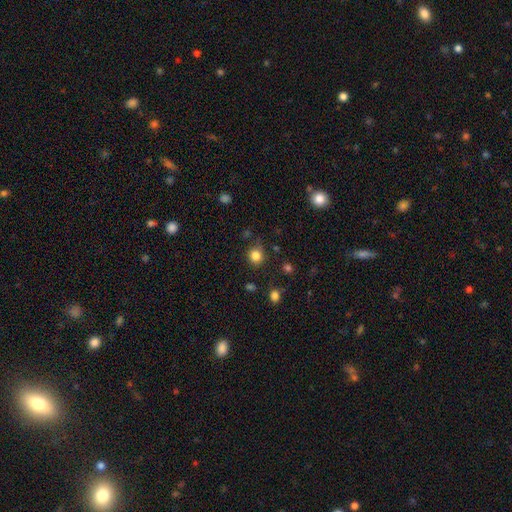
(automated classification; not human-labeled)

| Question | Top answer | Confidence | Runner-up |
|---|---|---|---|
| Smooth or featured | smooth | 83% | star or artifact (12%) |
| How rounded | round | 85% | in between (14%) |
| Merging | none | 80% | minor disturbance (13%) |